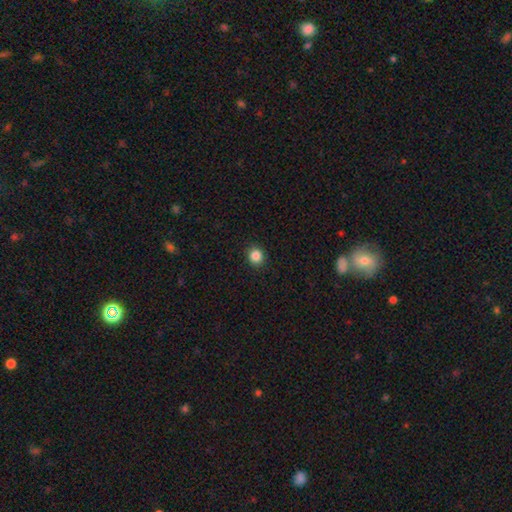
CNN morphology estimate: A smooth galaxy with no disk features (86%) that is round (87%).

Vote fractions:
- Smooth or featured? smooth: 86% / star or artifact: 11% / featured or disk: 4%
- How rounded? round: 87% / in between: 12% / cigar-shaped: 1%
- Merging? none: 91% / minor disturbance: 6% / major disturbance: 2% / merger: 1%